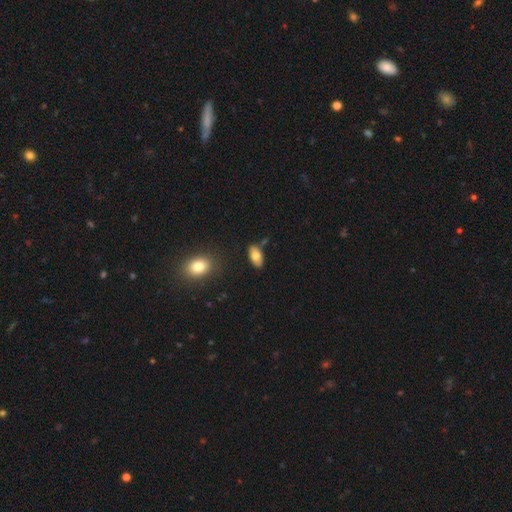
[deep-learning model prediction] This is likely a smooth galaxy (78%). How rounded: clearly in between (93%). Merging: clearly none (80%).